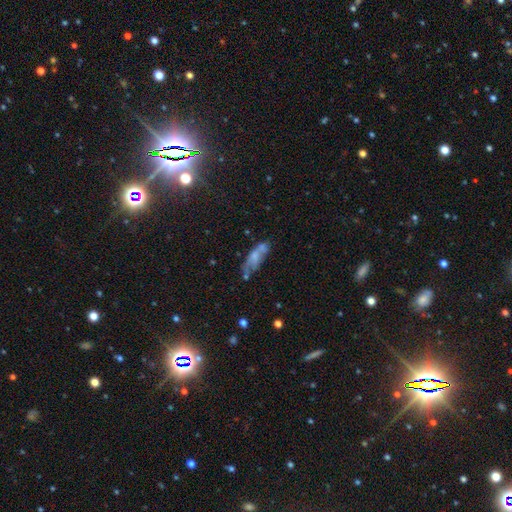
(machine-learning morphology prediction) Smooth or featured?
  - smooth: 53% *
  - featured or disk: 36%
  - star or artifact: 11%
How rounded?
  - in between: 56% *
  - cigar-shaped: 41%
  - round: 3%
Merging?
  - none: 40% *
  - minor disturbance: 23%
  - merger: 23%
  - major disturbance: 13%